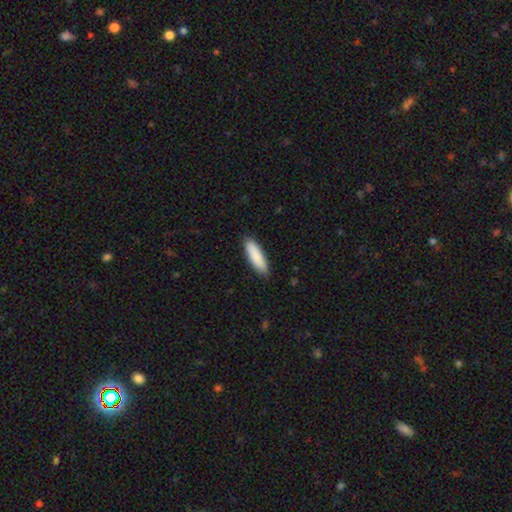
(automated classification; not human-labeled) smooth 89%, featured or disk 6%, star or artifact 5%. Down the decision tree: how rounded — cigar-shaped (59%); merging — none (89%).